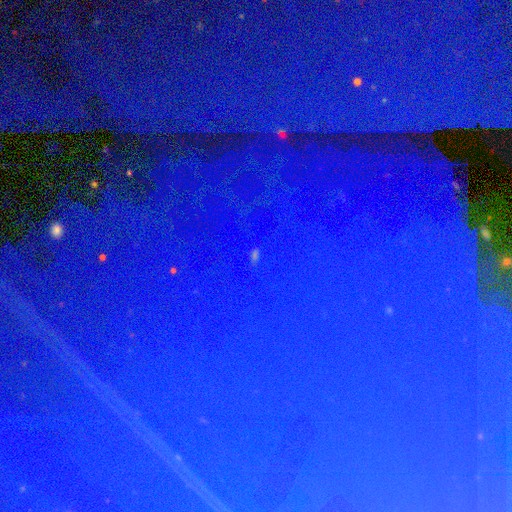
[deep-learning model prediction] Smooth or featured?
  - star or artifact: 85% *
  - smooth: 8%
  - featured or disk: 7%